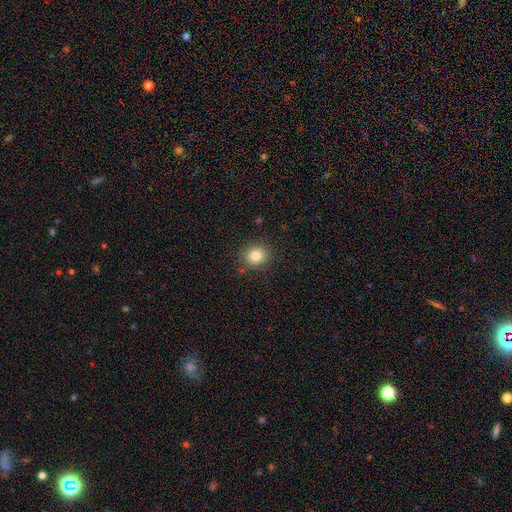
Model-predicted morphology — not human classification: type=smooth (82%); roundness=round (78%); merging=none (87%).